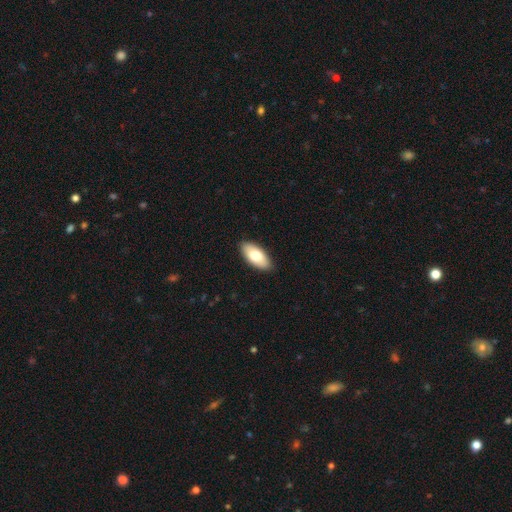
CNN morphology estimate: A smooth galaxy with no disk features (77%) that is in between round and cigar-shaped (92%). Merging: none (89%).